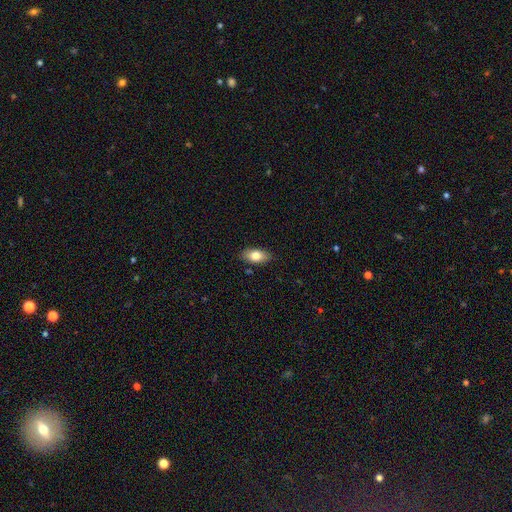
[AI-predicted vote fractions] Smooth or featured?
  - smooth: 79% *
  - featured or disk: 13%
  - star or artifact: 7%
How rounded?
  - in between: 90% *
  - round: 5%
  - cigar-shaped: 5%
Merging?
  - none: 86% *
  - minor disturbance: 10%
  - major disturbance: 2%
  - merger: 1%